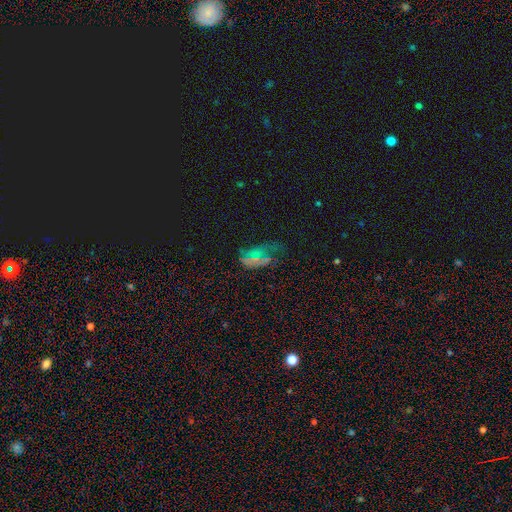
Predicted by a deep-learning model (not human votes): This appears to be a smooth galaxy with no disk features (38%). Merging: none (36%).